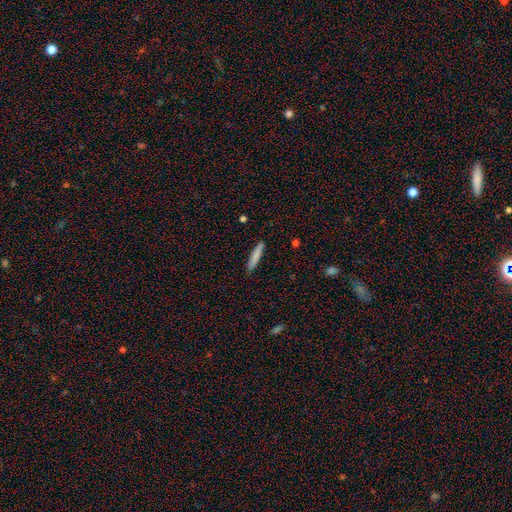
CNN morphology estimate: Smooth or featured? smooth (82%)
How rounded? cigar-shaped (90%)
Merging? none (88%)